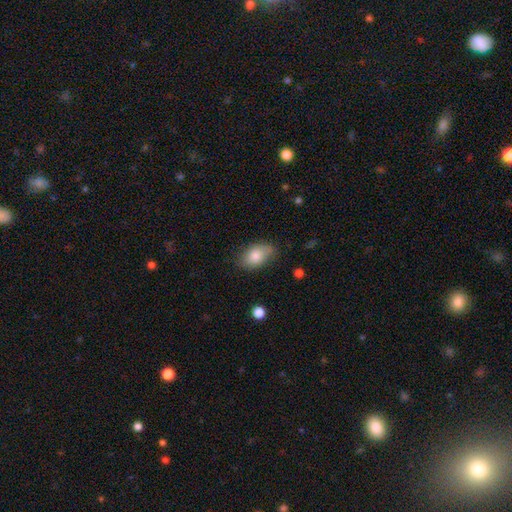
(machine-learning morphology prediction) Smooth or featured?
  - smooth: 81% *
  - featured or disk: 12%
  - star or artifact: 7%
How rounded?
  - in between: 90% *
  - round: 9%
  - cigar-shaped: 2%
Merging?
  - none: 72% *
  - minor disturbance: 22%
  - major disturbance: 5%
  - merger: 2%